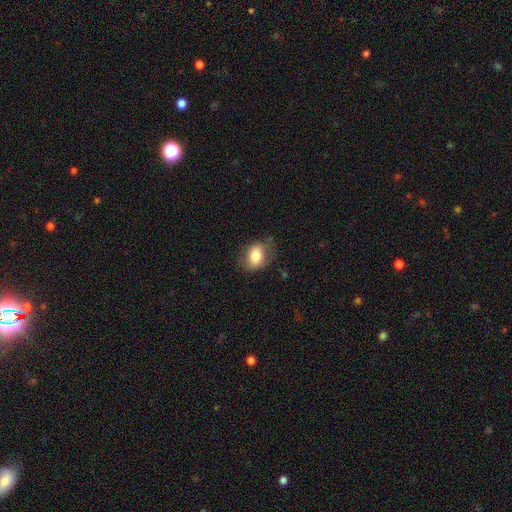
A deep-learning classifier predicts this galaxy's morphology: A smooth galaxy with no disk features (77%) that is in between round and cigar-shaped (72%).

Vote fractions:
- Smooth or featured? smooth: 77% / featured or disk: 15% / star or artifact: 8%
- How rounded? in between: 72% / round: 27% / cigar-shaped: 1%
- Merging? none: 68% / minor disturbance: 23% / major disturbance: 8% / merger: 1%